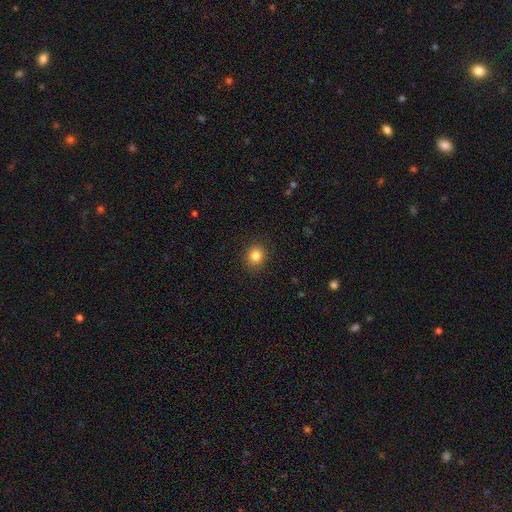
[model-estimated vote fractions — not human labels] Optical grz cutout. It shows a smooth galaxy with no disk features (84%) that is round (78%). Merging: none (89%).